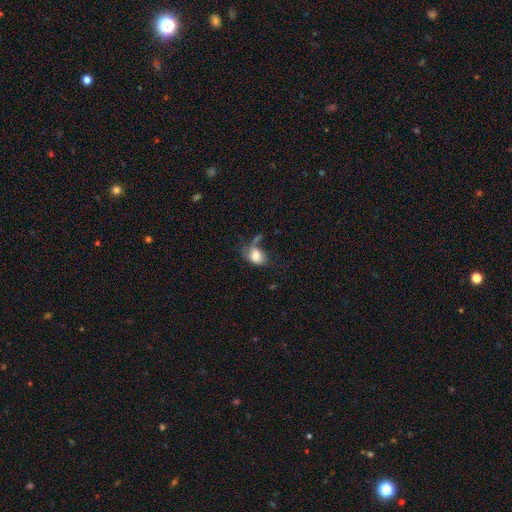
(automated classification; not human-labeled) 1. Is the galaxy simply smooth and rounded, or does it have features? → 74% smooth, 17% featured or disk, 9% star or artifact.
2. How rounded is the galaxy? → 79% in between, 19% round, 1% cigar-shaped.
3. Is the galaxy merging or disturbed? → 32% none, 27% minor disturbance, 27% major disturbance, 15% merger.